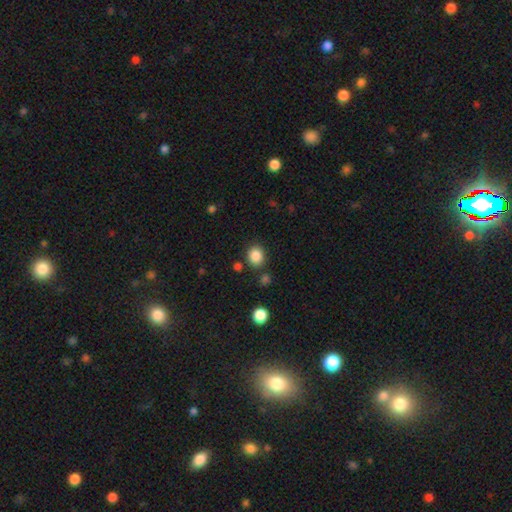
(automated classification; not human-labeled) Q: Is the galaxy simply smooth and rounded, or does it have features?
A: smooth — 86%.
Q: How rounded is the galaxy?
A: round — 72%.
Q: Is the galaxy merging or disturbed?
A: none — 83%.